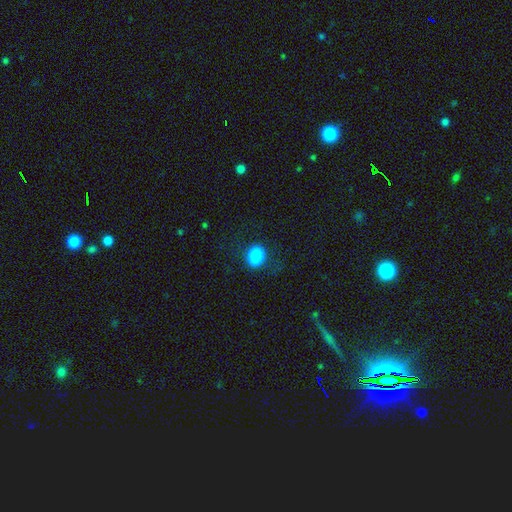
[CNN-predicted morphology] smooth 87%, star or artifact 9%, featured or disk 4%. Down the decision tree: how rounded — in between (62%); merging — none (80%).